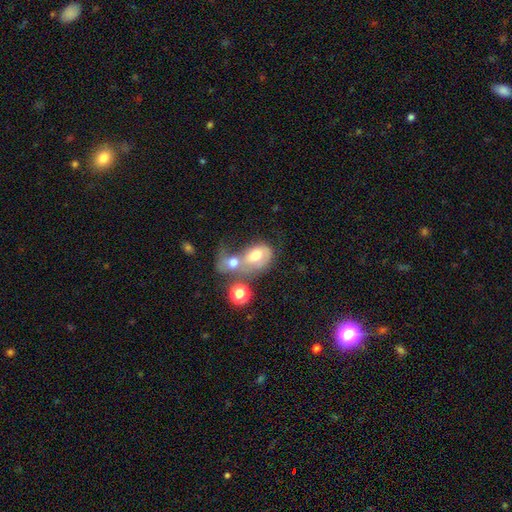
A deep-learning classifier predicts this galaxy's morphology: smooth_or_featured: smooth (p=0.51) [alt: featured or disk p=0.38]
how_rounded: in between (p=0.71) [alt: round p=0.27]
merging: merger (p=0.62) [alt: major disturbance p=0.14]